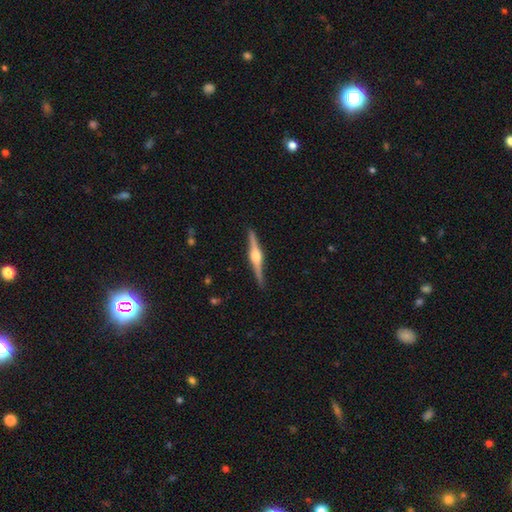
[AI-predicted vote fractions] Smooth or featured? featured or disk (84%)
Edge-on disk? yes (98%)
Edge-on bulge? rounded (93%)
Merging? none (91%)